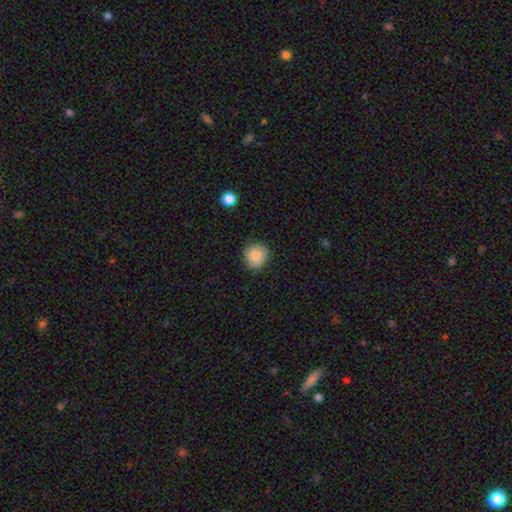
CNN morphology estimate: Smooth or featured: smooth — 86% (star or artifact — 9%)
How rounded: round — 87% (in between — 12%)
Merging: none — 82% (minor disturbance — 14%)